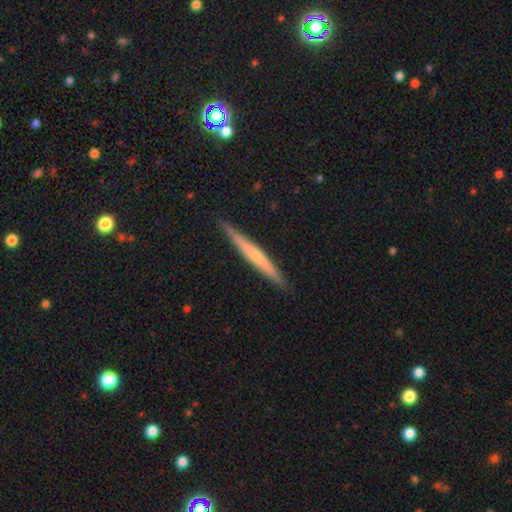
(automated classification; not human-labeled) Overall: featured or disk (50%; smooth 44%). Edge-on disk: yes (96%). Merging: none (90%).